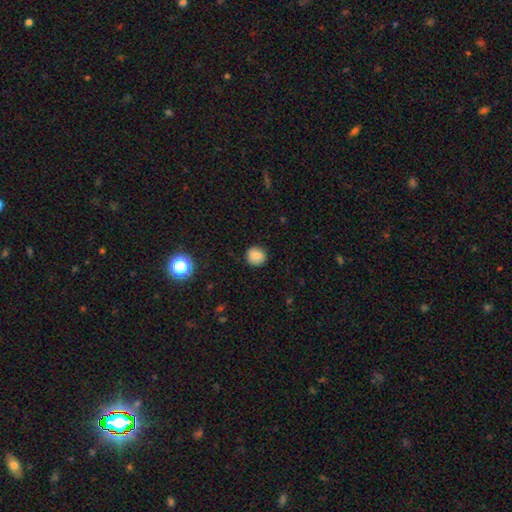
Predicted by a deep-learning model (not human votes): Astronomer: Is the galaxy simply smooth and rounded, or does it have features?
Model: smooth — 84%.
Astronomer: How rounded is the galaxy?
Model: round — 91%.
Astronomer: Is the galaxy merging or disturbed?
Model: none — 89%.